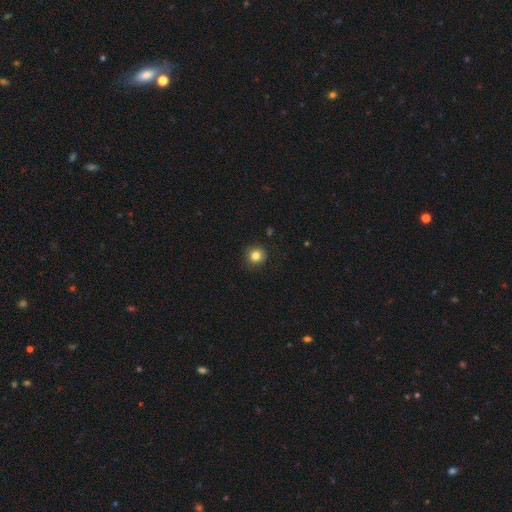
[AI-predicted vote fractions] This is clearly a smooth galaxy (83%). How rounded: clearly round (93%). Merging: clearly none (91%).